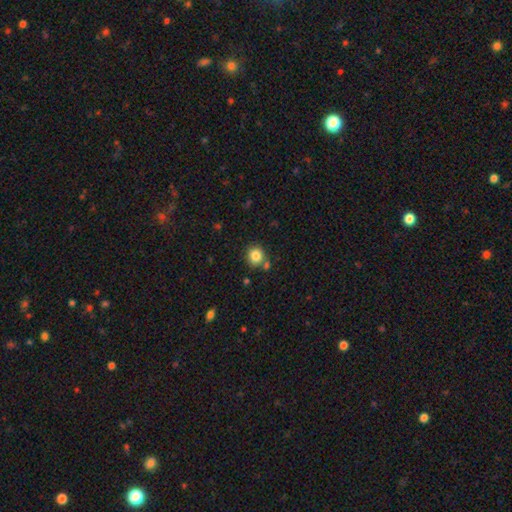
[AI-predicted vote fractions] smooth 84%, star or artifact 10%, featured or disk 6%. Down the decision tree: how rounded — round (85%); merging — none (76%).